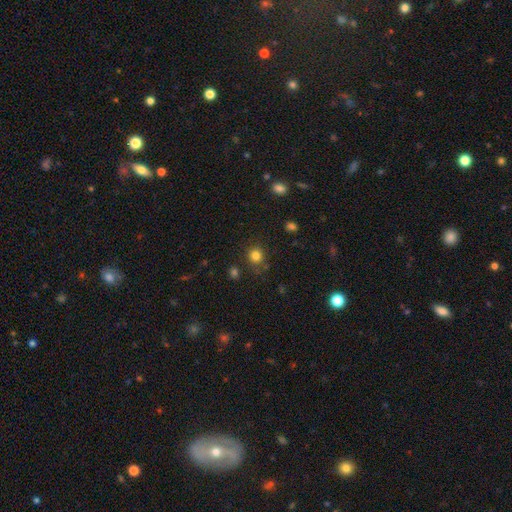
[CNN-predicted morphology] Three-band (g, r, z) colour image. It shows a smooth galaxy with no disk features (81%) that is round (87%). Merging: none (81%).